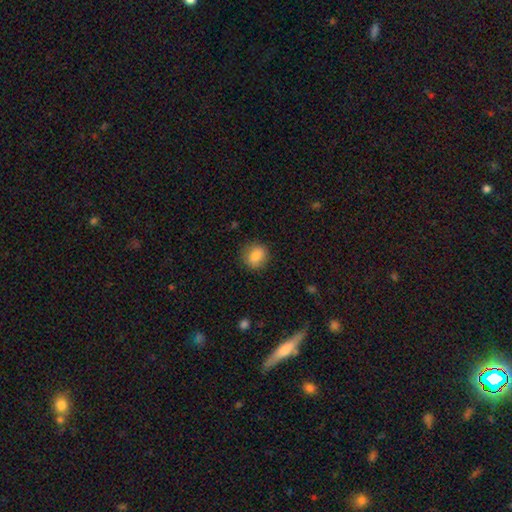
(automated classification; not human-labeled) Smooth or featured?
  - smooth: 85% *
  - star or artifact: 9%
  - featured or disk: 6%
How rounded?
  - round: 66% *
  - in between: 33%
  - cigar-shaped: 1%
Merging?
  - none: 83% *
  - minor disturbance: 12%
  - major disturbance: 3%
  - merger: 1%